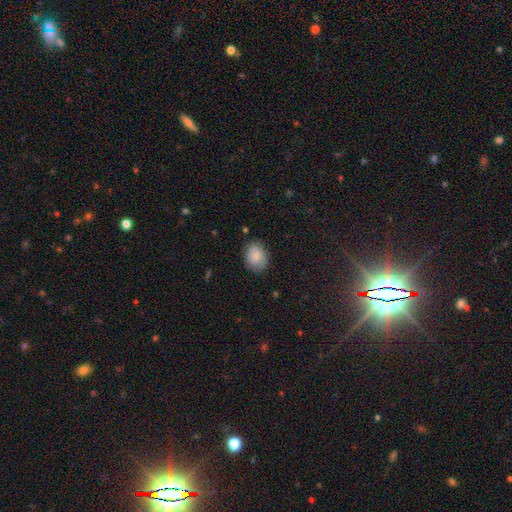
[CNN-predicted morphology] type=smooth (85%); roundness=in between (67%); merging=none (80%).